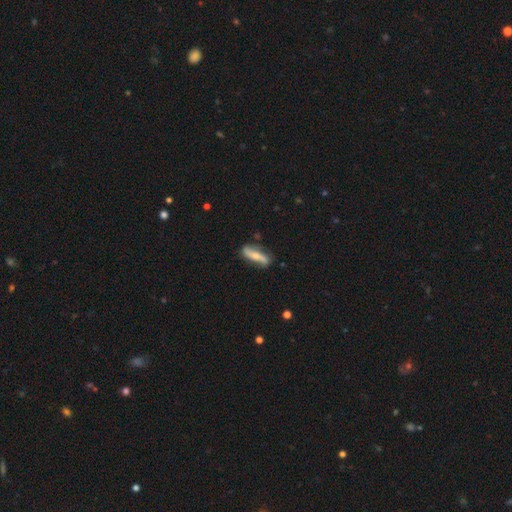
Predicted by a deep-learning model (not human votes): smooth_or_featured: featured or disk (p=0.61) [alt: smooth p=0.34]
disk_edge_on: no (p=0.64) [alt: yes p=0.36]
merging: none (p=0.75) [alt: minor disturbance p=0.18]